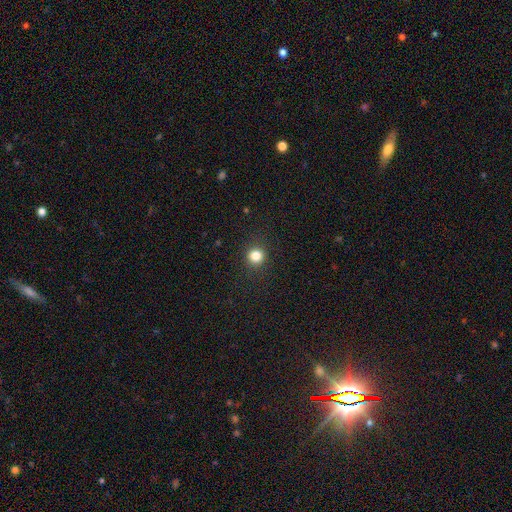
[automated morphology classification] Smooth or featured: smooth — 83% (star or artifact — 13%)
How rounded: round — 91% (in between — 8%)
Merging: none — 91% (minor disturbance — 6%)